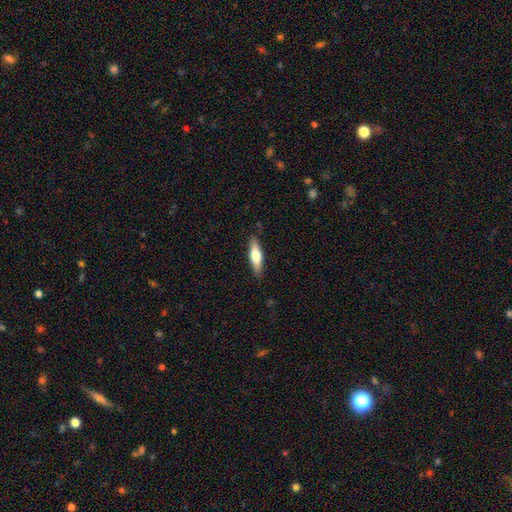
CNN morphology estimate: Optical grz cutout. It shows a smooth galaxy with no disk features (59%) that is cigar-shaped (60%). Merging: none (86%).